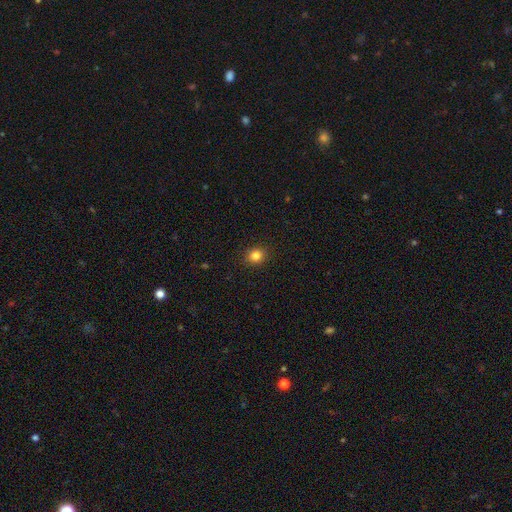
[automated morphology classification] This is clearly a smooth galaxy (83%). How rounded: likely round (77%). Merging: clearly none (91%).